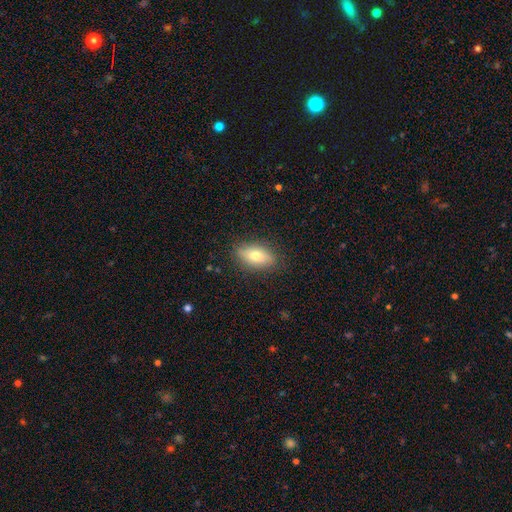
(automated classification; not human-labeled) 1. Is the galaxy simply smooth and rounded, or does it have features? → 68% smooth, 24% featured or disk, 8% star or artifact.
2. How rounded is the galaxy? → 84% in between, 9% cigar-shaped, 6% round.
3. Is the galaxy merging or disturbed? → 85% none, 11% minor disturbance, 3% major disturbance, 1% merger.